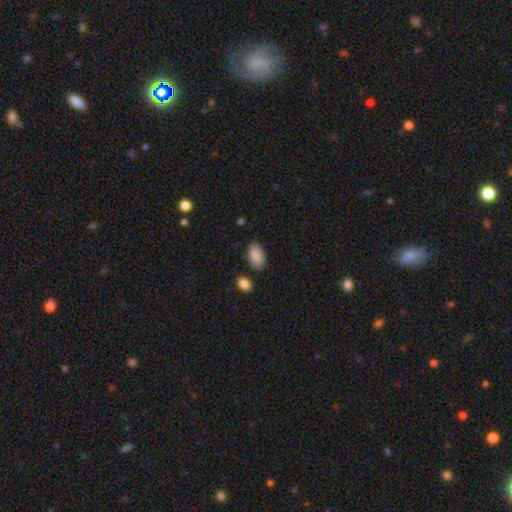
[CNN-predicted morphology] smooth 89%, star or artifact 6%, featured or disk 5%. Down the decision tree: how rounded — in between (94%); merging — none (80%).